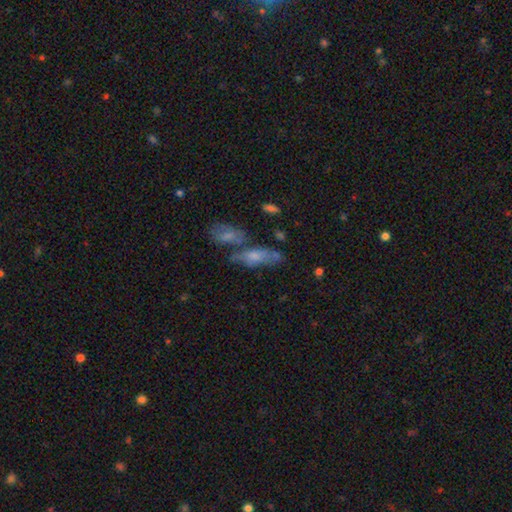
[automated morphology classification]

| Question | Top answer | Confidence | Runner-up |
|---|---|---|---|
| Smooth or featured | smooth | 53% | featured or disk (35%) |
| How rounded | in between | 63% | cigar-shaped (31%) |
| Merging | none | 39% | merger (34%) |